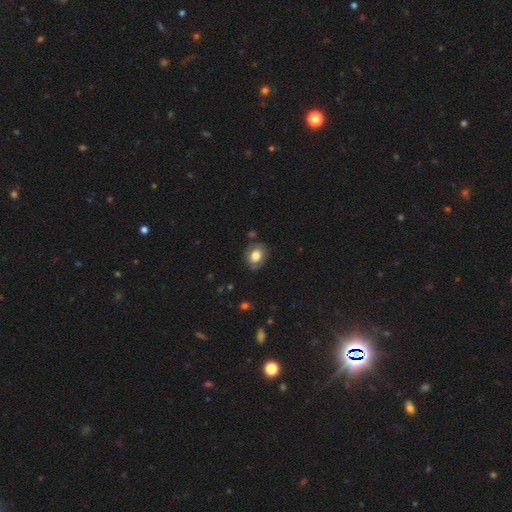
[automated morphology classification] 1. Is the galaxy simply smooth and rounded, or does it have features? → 73% smooth, 19% featured or disk, 8% star or artifact.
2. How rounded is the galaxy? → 61% in between, 38% round, 1% cigar-shaped.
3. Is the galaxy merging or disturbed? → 76% none, 18% minor disturbance, 5% major disturbance, 2% merger.